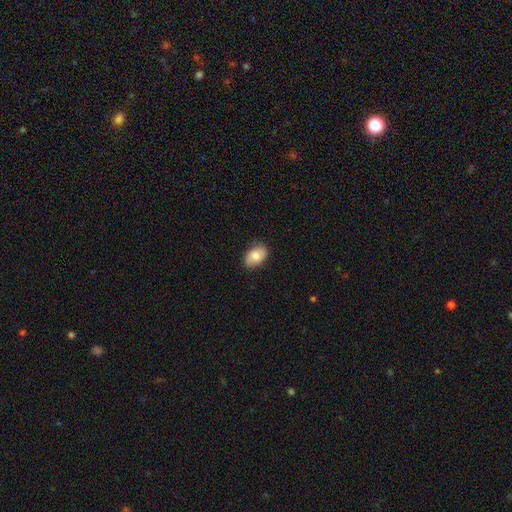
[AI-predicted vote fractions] A smooth galaxy with no disk features (79%) that is in between round and cigar-shaped (86%). Merging: none (81%).